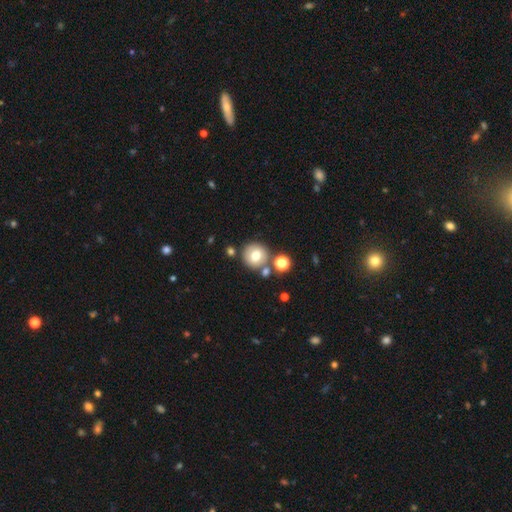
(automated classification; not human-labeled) This appears to be a smooth galaxy with no disk features (70%) that is round (92%). Merging: none (73%).